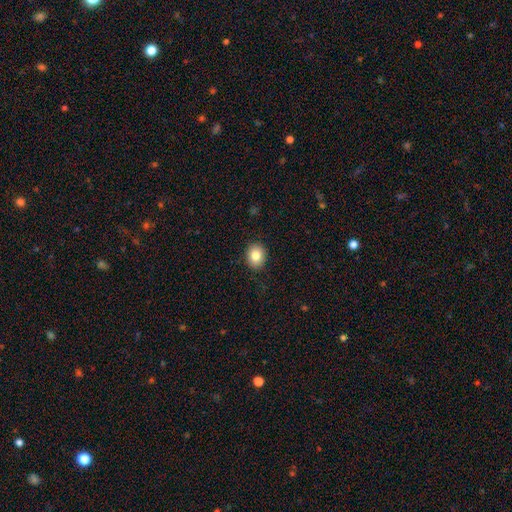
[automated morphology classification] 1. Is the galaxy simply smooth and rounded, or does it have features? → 83% smooth, 9% star or artifact, 8% featured or disk.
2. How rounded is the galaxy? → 62% round, 38% in between, 1% cigar-shaped.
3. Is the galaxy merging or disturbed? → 89% none, 8% minor disturbance, 2% major disturbance, 1% merger.